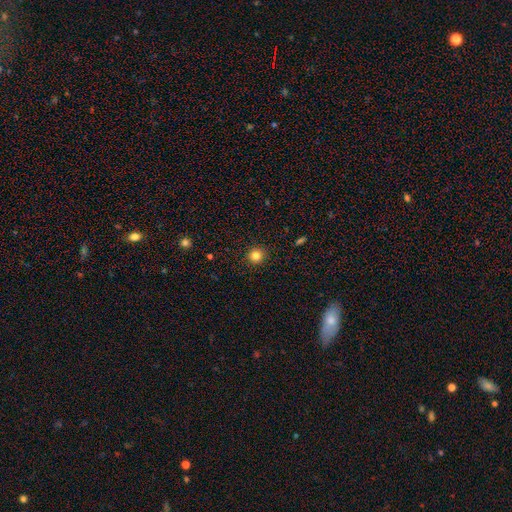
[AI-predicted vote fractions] This is clearly a smooth galaxy (82%). How rounded: clearly round (93%). Merging: clearly none (92%).